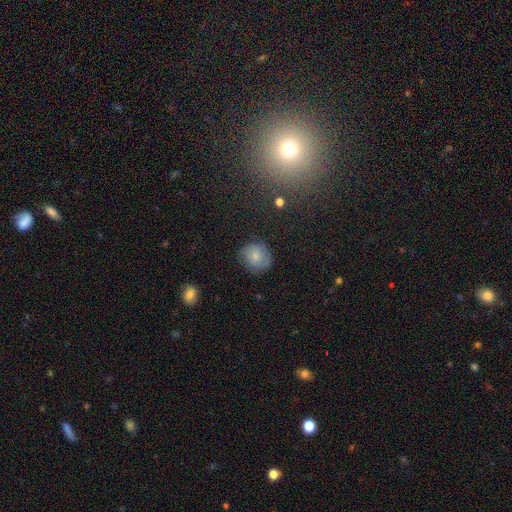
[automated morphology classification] Smooth or featured?
  - smooth: 61% *
  - featured or disk: 29%
  - star or artifact: 10%
How rounded?
  - round: 79% *
  - in between: 20%
  - cigar-shaped: 1%
Merging?
  - none: 77% *
  - minor disturbance: 17%
  - major disturbance: 5%
  - merger: 1%